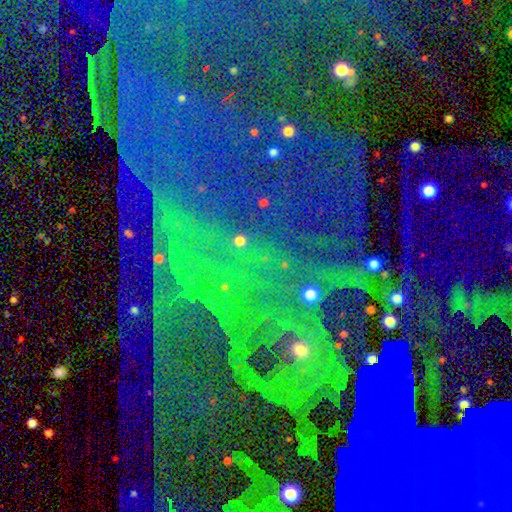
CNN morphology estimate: star or artifact 84%, featured or disk 8%, smooth 8%.